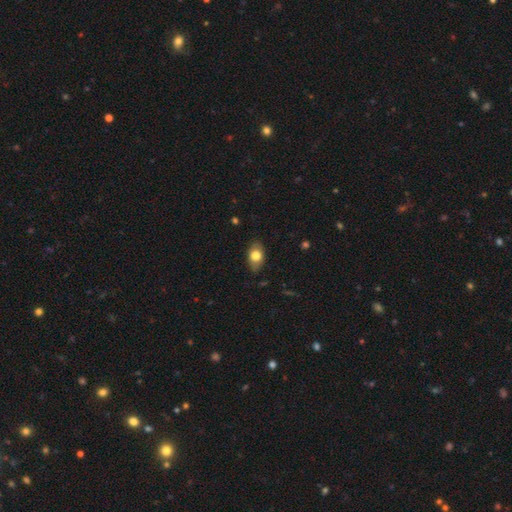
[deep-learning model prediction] A smooth galaxy with no disk features (75%) that is in between round and cigar-shaped (87%). Merging: none (83%).